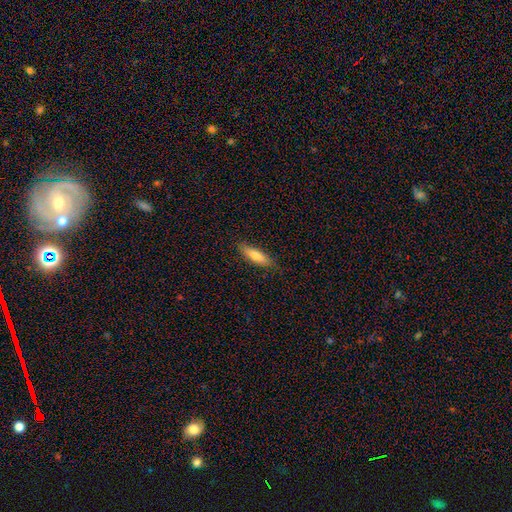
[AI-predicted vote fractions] Smooth or featured? Predicted: smooth (p=0.74). How rounded? Predicted: cigar-shaped (p=0.63). Merging? Predicted: none (p=0.84).